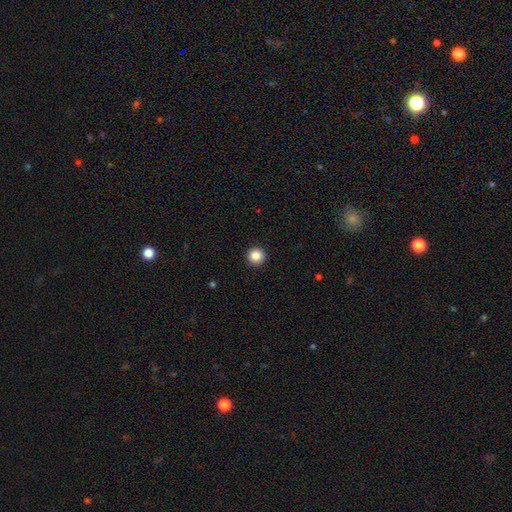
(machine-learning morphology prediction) Smooth or featured: smooth — 86% (star or artifact — 10%)
How rounded: round — 96% (in between — 3%)
Merging: none — 94% (minor disturbance — 4%)